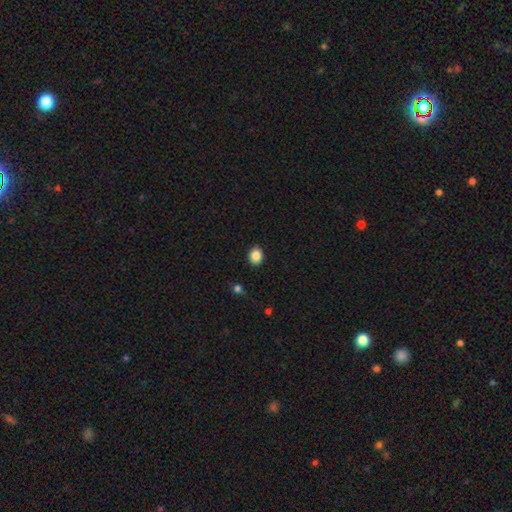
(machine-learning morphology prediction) This appears to be a smooth galaxy with no disk features (87%) that is round (57%). Merging: none (90%).